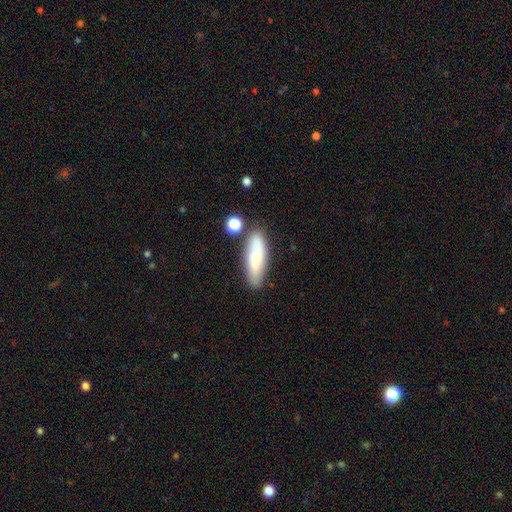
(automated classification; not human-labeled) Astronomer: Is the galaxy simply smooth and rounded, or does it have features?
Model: smooth — 73%.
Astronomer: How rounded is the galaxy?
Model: cigar-shaped — 54% (runner-up: in between, 44%).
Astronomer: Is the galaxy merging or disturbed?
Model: none — 75%.